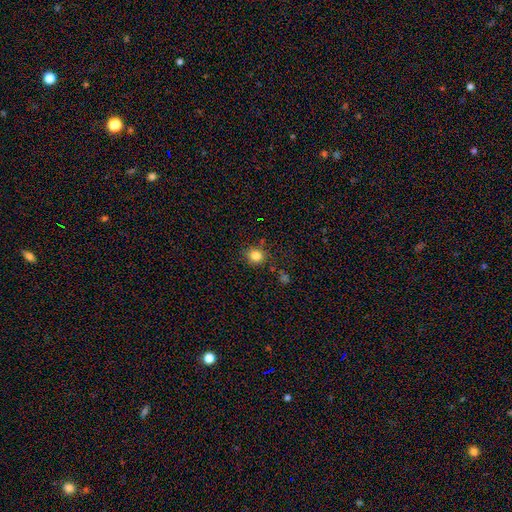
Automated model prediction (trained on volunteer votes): Smooth or featured? smooth (83%)
How rounded? round (84%)
Merging? none (80%)